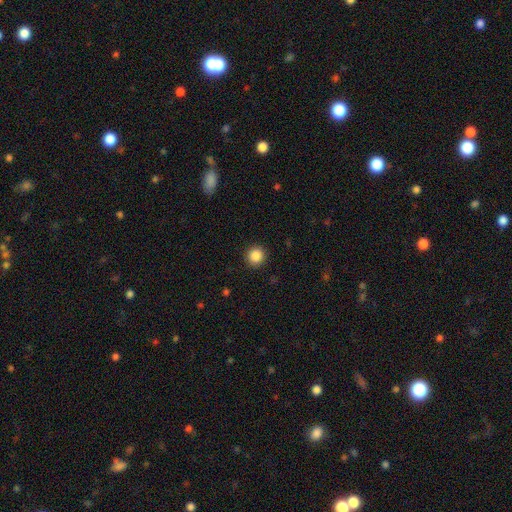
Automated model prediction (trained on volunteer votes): Q: Smooth or featured?
A: smooth (87%); runner-up: star or artifact (10%)
Q: How rounded?
A: round (94%); runner-up: in between (5%)
Q: Merging?
A: none (92%); runner-up: minor disturbance (5%)